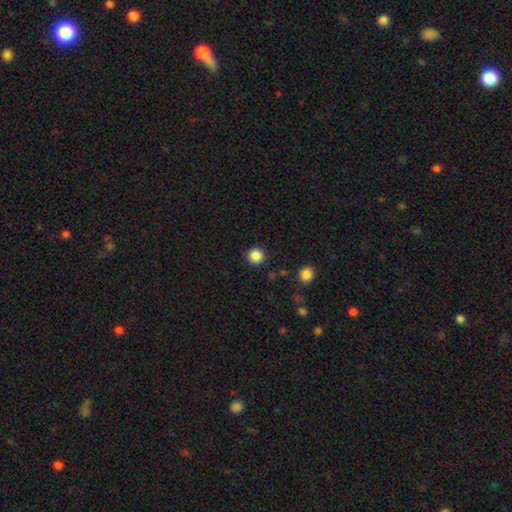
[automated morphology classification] type=smooth (87%); roundness=round (95%); merging=none (92%).